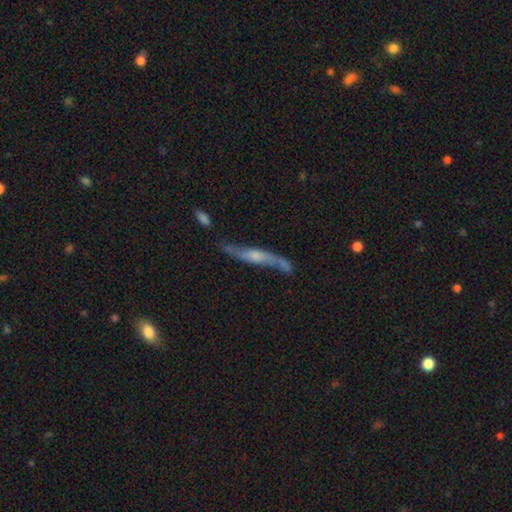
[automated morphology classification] featured or disk 72%, smooth 22%, star or artifact 7%. Down the decision tree: edge-on disk — yes (63%); merging — none (57%).